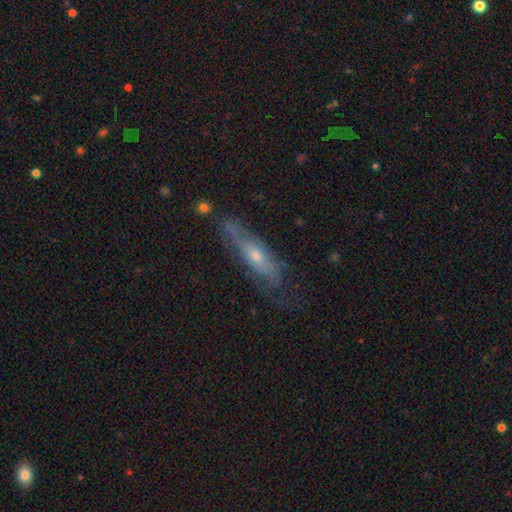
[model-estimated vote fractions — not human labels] Q: Smooth or featured?
A: featured or disk (62%); runner-up: smooth (31%)
Q: Edge-on disk?
A: no (58%); runner-up: yes (42%)
Q: Merging?
A: none (56%); runner-up: minor disturbance (27%)